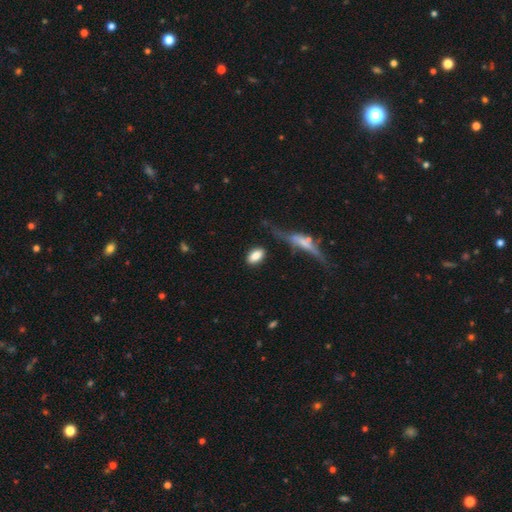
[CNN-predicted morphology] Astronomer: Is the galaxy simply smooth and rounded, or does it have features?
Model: smooth — 84%.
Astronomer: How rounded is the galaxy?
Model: in between — 89%.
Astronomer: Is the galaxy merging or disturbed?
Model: none — 78%.